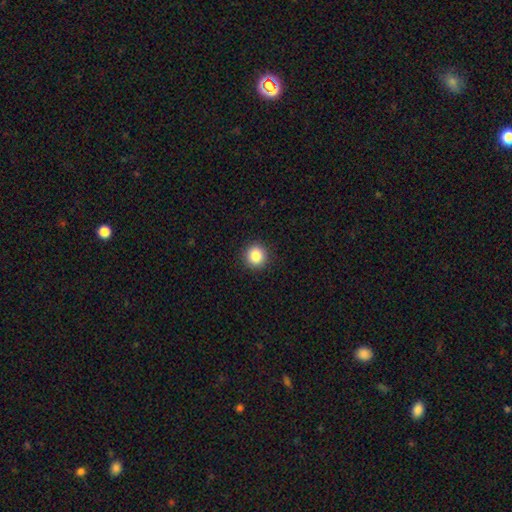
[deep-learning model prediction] Morphology: type=smooth (85%); roundness=round (93%); merging=none (92%).